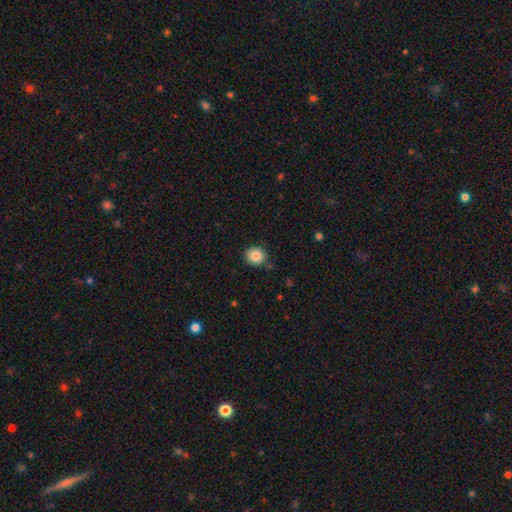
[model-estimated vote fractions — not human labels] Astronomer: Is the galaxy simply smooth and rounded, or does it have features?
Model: smooth — 83%.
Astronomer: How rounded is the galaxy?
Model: round — 85%.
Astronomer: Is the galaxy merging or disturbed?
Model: none — 86%.